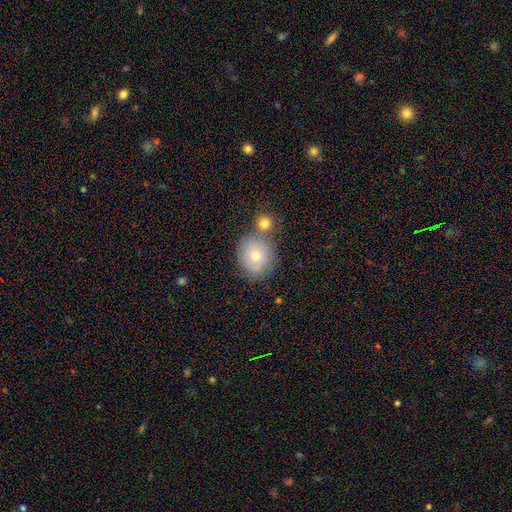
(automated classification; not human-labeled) This is likely a smooth galaxy (71%). How rounded: clearly round (84%). Merging: possibly none (59%).